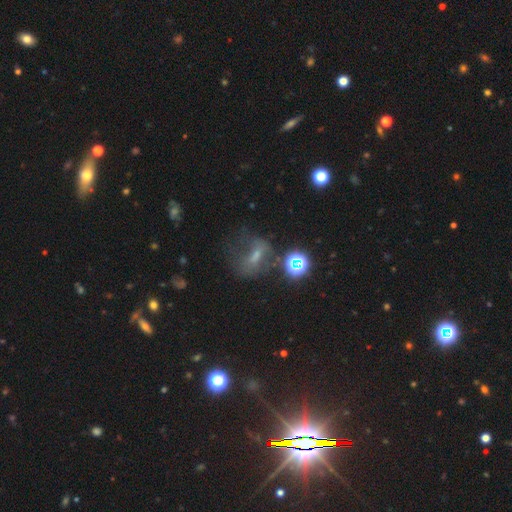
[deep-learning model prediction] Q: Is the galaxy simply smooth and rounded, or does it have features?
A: smooth — 39%.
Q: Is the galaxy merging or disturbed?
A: none — 35%.